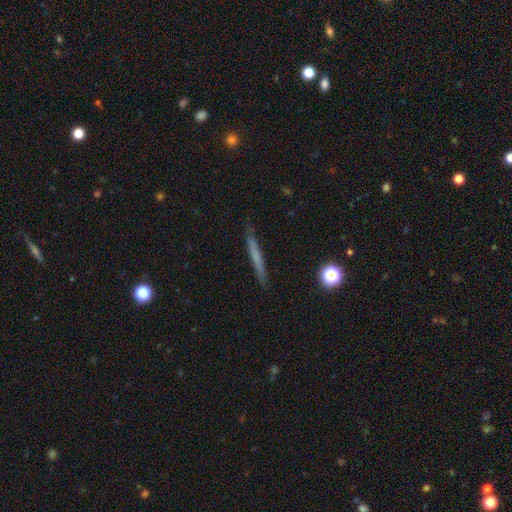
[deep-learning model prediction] Smooth or featured? smooth (55%)
How rounded? cigar-shaped (94%)
Merging? none (86%)